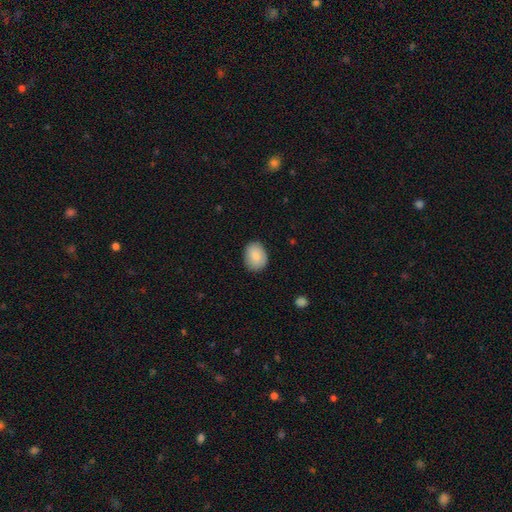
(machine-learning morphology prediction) Smooth or featured?
  - smooth: 85% *
  - featured or disk: 8%
  - star or artifact: 6%
How rounded?
  - in between: 59% *
  - round: 40%
  - cigar-shaped: 1%
Merging?
  - none: 82% *
  - minor disturbance: 14%
  - major disturbance: 3%
  - merger: 1%